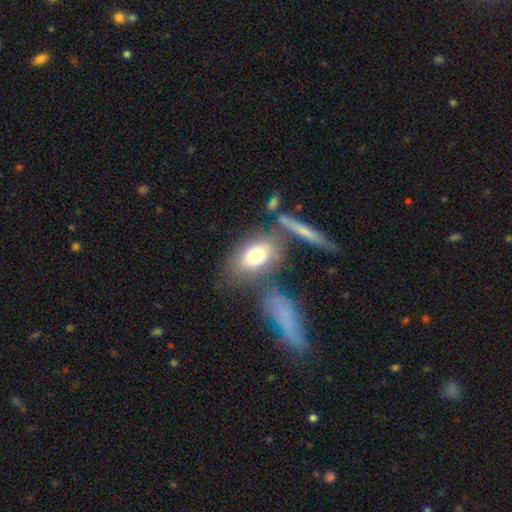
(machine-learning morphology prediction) Overall: smooth (74%). How rounded: in between (78%). Merging: none (61%).